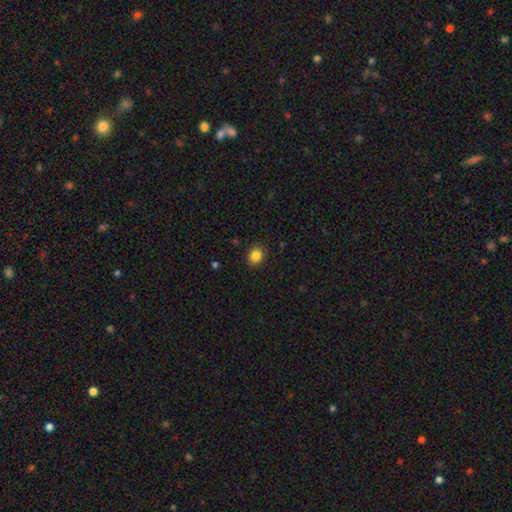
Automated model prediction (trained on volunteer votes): smooth-or-featured: smooth: 85% | star or artifact: 10% | featured or disk: 4%
  how-rounded: round: 59% | in between: 40% | cigar-shaped: 1%
  merging: none: 88% | minor disturbance: 8% | major disturbance: 2% | merger: 1%